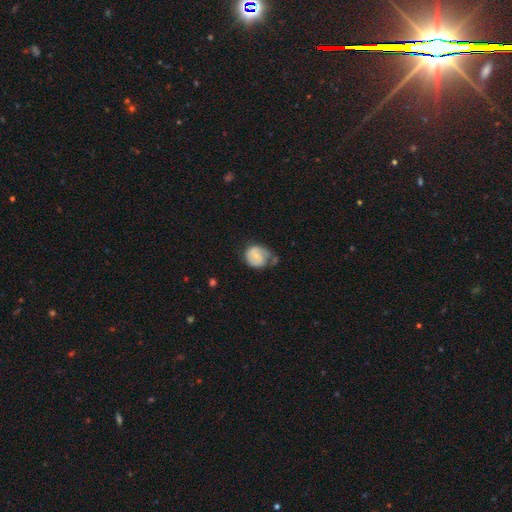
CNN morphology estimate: A smooth galaxy with no disk features (49%).

Vote fractions:
- Smooth or featured? smooth: 49% / featured or disk: 44% / star or artifact: 7%
- Merging? none: 40% / minor disturbance: 33% / major disturbance: 19% / merger: 8%